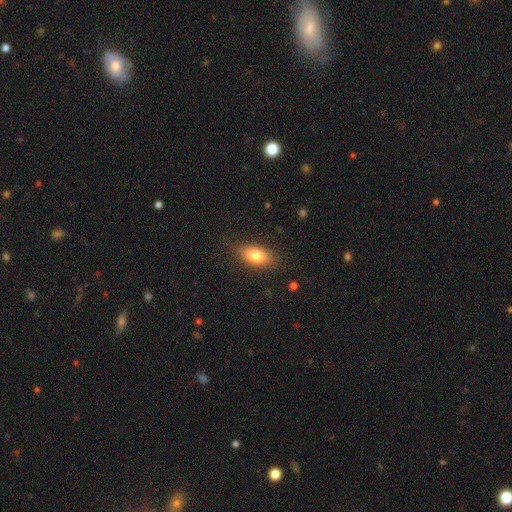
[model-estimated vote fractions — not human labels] A smooth galaxy with no disk features (78%) that is in between round and cigar-shaped (84%). Merging: none (83%).